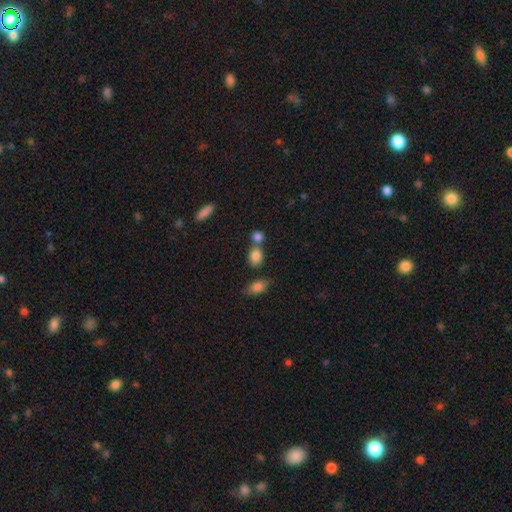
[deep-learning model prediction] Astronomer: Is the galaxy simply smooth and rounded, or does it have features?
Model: smooth — 84%.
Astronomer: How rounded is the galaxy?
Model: round — 50% (runner-up: in between, 49%).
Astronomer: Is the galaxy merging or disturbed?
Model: none — 51% (runner-up: merger, 35%).